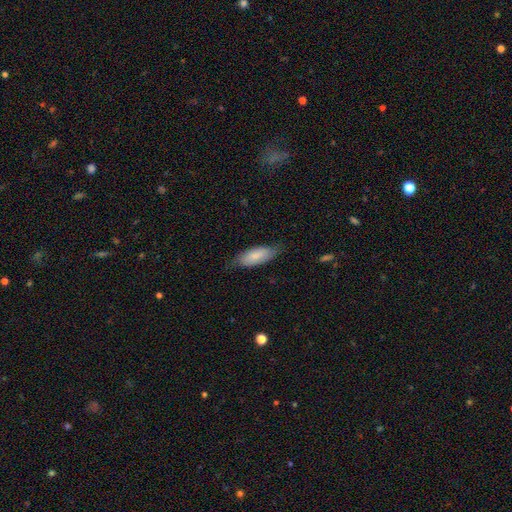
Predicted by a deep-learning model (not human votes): A smooth galaxy with no disk features (74%) that is in between round and cigar-shaped (79%). Merging: none (72%).